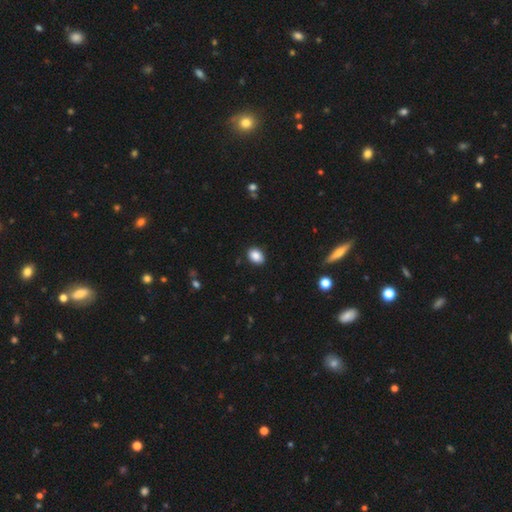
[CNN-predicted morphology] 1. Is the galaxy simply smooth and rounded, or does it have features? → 87% smooth, 8% star or artifact, 4% featured or disk.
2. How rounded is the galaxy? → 66% in between, 33% round, 1% cigar-shaped.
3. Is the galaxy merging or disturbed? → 88% none, 9% minor disturbance, 2% major disturbance, 1% merger.